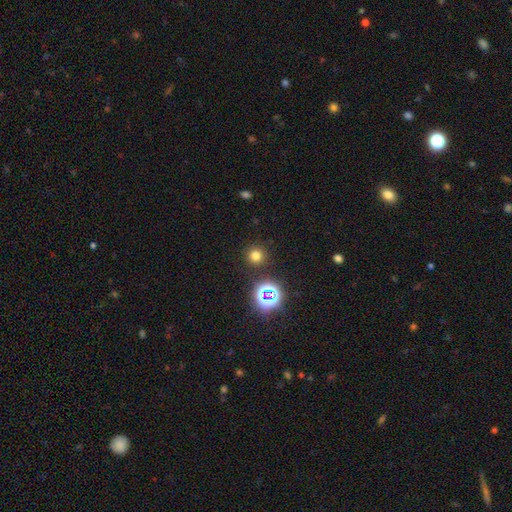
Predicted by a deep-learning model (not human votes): Smooth or featured: smooth — 71% (star or artifact — 24%)
How rounded: round — 95% (in between — 4%)
Merging: none — 89% (minor disturbance — 6%)